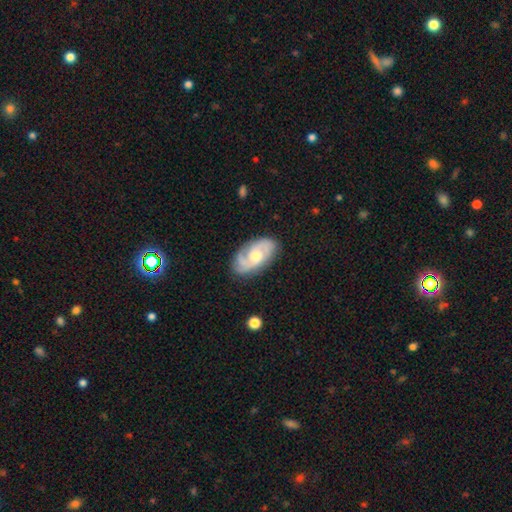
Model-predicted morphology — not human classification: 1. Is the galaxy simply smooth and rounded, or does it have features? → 83% featured or disk, 12% smooth, 5% star or artifact.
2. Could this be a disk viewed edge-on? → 96% no, 4% yes.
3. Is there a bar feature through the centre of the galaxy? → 61% no, 33% weak, 6% strong.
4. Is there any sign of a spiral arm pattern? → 95% yes, 5% no.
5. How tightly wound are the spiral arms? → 46% medium, 38% tight, 16% loose.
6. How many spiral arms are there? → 67% 2, 12% 3, 12% can't tell, 5% 1, 2% 4, 2% more than 4.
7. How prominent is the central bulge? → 72% moderate, 17% small, 9% large, 1% none, 1% dominant.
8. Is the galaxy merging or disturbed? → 77% none, 16% minor disturbance, 5% major disturbance, 1% merger.